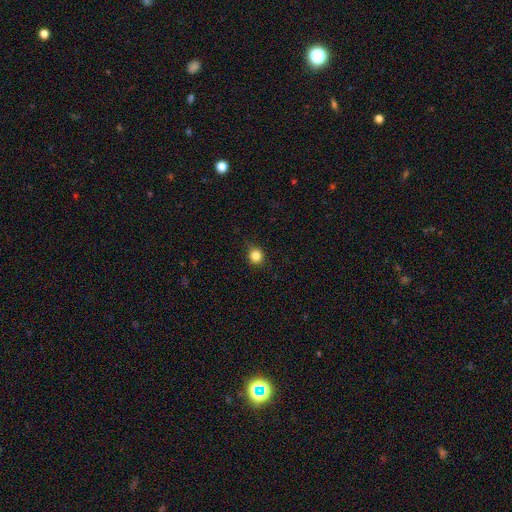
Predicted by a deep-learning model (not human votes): Overall: smooth (84%). How rounded: round (90%). Merging: none (87%).